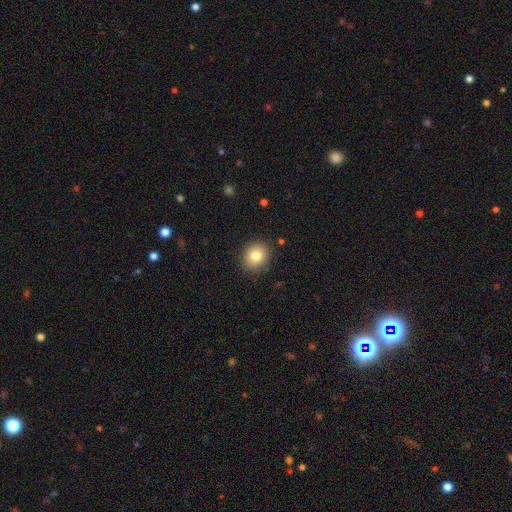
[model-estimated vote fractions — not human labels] Smooth or featured: smooth — 81% (star or artifact — 10%)
How rounded: round — 67% (in between — 32%)
Merging: none — 88% (minor disturbance — 8%)